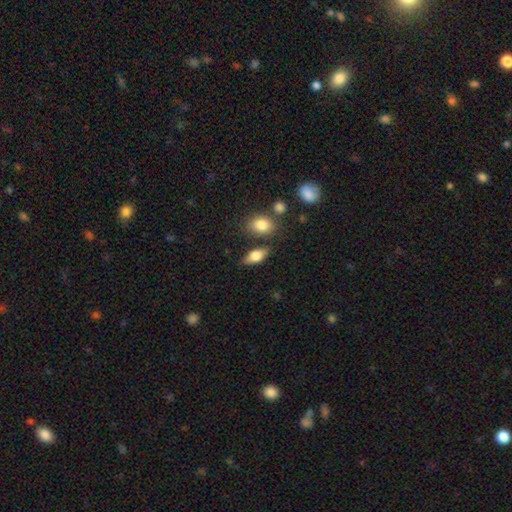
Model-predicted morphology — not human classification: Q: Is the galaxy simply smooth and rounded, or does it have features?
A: smooth — 74%.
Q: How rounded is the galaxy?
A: in between — 81%.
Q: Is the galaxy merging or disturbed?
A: none — 74%.